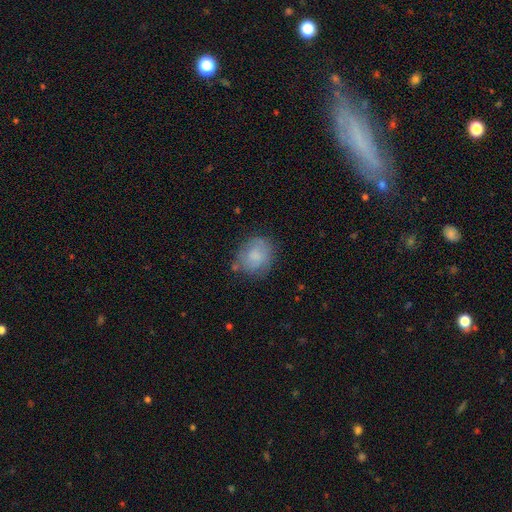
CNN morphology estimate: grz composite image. It shows a smooth galaxy with no disk features (72%) that is round (67%). Merging: none (67%).